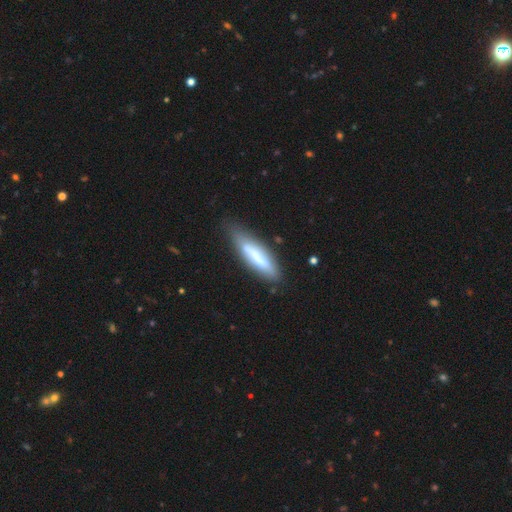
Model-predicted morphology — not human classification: type=smooth (58%); roundness=cigar-shaped (73%); merging=none (70%).